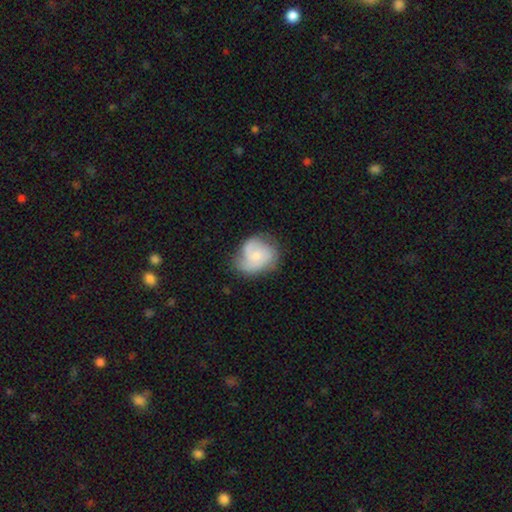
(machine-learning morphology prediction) Smooth or featured?
  - featured or disk: 54% *
  - smooth: 39%
  - star or artifact: 7%
Edge-on disk?
  - no: 98% *
  - yes: 2%
Bar?
  - no: 72% *
  - weak: 25%
  - strong: 3%
Spiral arms?
  - yes: 85% *
  - no: 15%
Bulge size?
  - small: 53% *
  - moderate: 35%
  - none: 8%
  - large: 3%
  - dominant: 1%
Merging?
  - none: 56% *
  - minor disturbance: 27%
  - major disturbance: 14%
  - merger: 2%